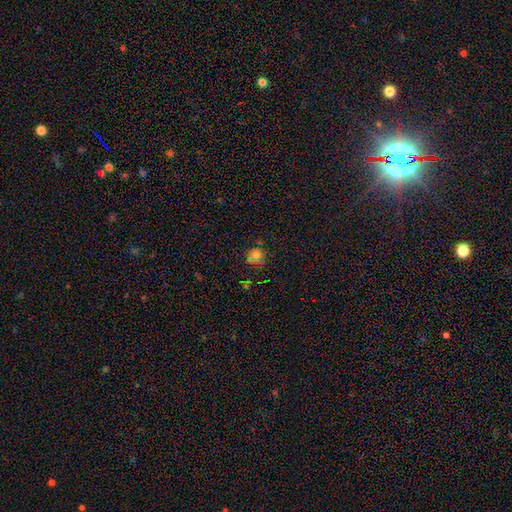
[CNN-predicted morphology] Overall: smooth (64%). How rounded: round (88%). Merging: none (78%).